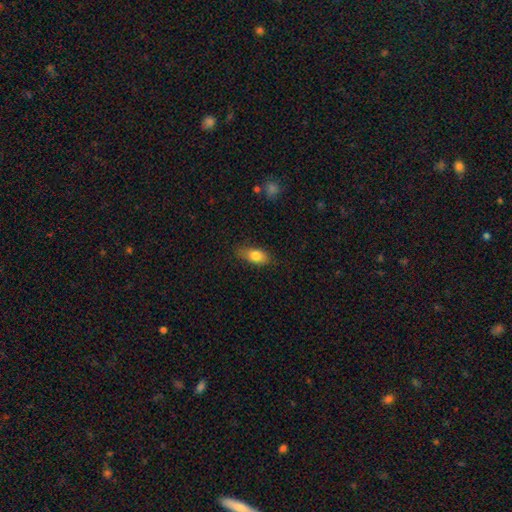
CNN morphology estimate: smooth 80%, featured or disk 12%, star or artifact 8%. Down the decision tree: how rounded — in between (83%); merging — none (78%).